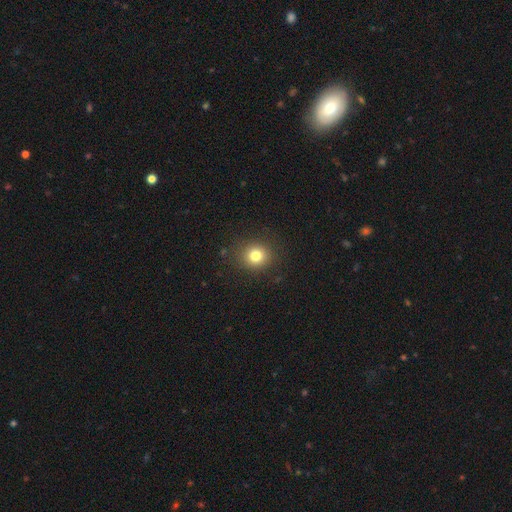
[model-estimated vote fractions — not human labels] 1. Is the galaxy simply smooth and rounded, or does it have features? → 79% smooth, 13% star or artifact, 8% featured or disk.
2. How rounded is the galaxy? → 81% round, 18% in between, 1% cigar-shaped.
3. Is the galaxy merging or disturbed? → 88% none, 8% minor disturbance, 3% major disturbance, 1% merger.